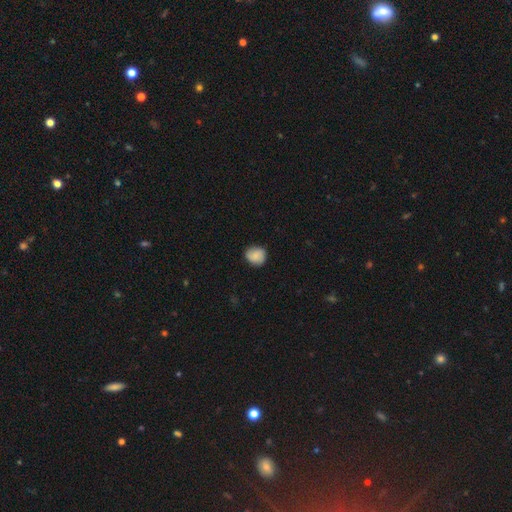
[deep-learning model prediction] The model was most divided on "how rounded": round: 80%, in between: 19%, cigar-shaped: 1%. More confident: merging — none (82%); smooth or featured — smooth (78%).